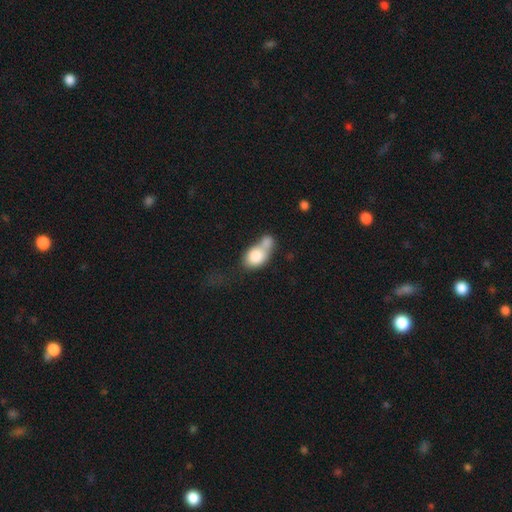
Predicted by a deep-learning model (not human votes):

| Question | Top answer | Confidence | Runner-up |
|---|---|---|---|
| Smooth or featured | smooth | 78% | featured or disk (15%) |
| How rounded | in between | 70% | round (28%) |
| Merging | merger | 63% | none (18%) |